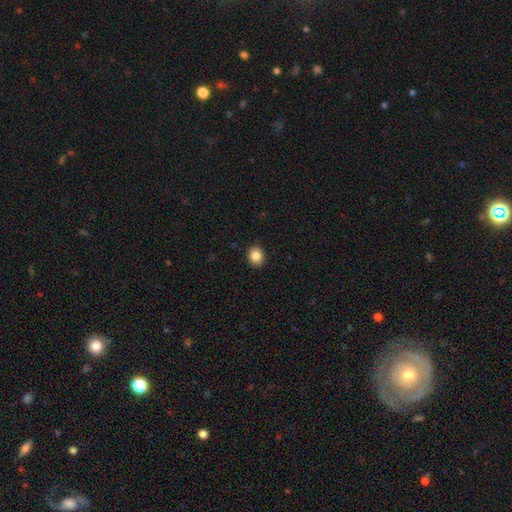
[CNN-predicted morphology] smooth-or-featured: smooth: 85% | star or artifact: 10% | featured or disk: 5%
  how-rounded: round: 62% | in between: 37% | cigar-shaped: 1%
  merging: none: 90% | minor disturbance: 7% | major disturbance: 2% | merger: 1%